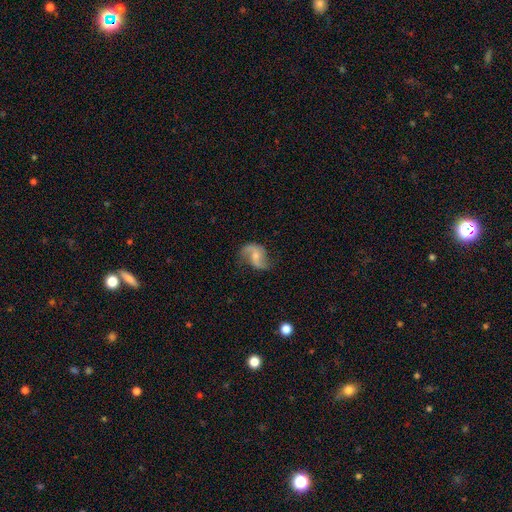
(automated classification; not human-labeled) Q: Smooth or featured?
A: featured or disk (80%); runner-up: smooth (14%)
Q: Edge-on disk?
A: no (98%); runner-up: yes (2%)
Q: Bar?
A: no (50%); runner-up: weak (40%)
Q: Spiral arms?
A: yes (95%); runner-up: no (5%)
Q: Spiral winding?
A: loose (66%); runner-up: medium (28%)
Q: Spiral arm count?
A: 2 (90%); runner-up: 1 (4%)
Q: Bulge size?
A: small (46%); runner-up: moderate (42%)
Q: Merging?
A: none (69%); runner-up: minor disturbance (20%)